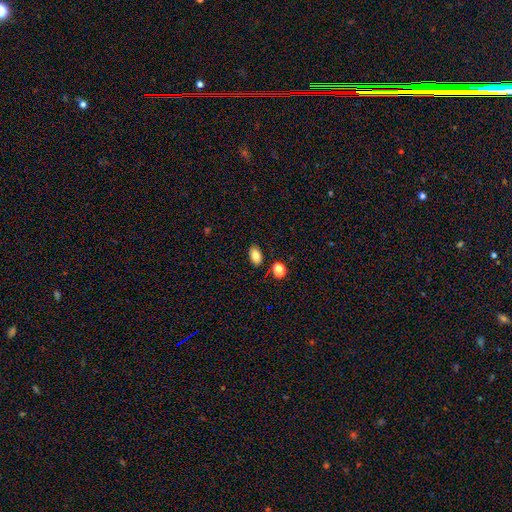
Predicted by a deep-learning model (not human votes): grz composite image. It shows a smooth galaxy with no disk features (81%) that is in between round and cigar-shaped (88%). Merging: none (83%).